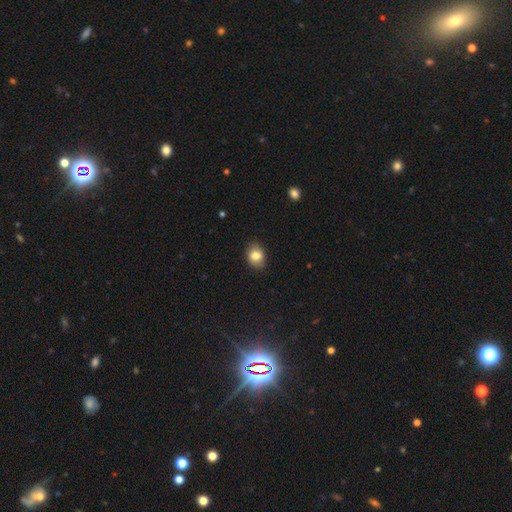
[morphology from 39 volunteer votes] Q: Smooth or featured?
A: smooth (90%); runner-up: featured or disk (5%)
Q: How rounded?
A: in between (66%); runner-up: round (31%)
Q: Merging?
A: none (84%); runner-up: minor disturbance (11%)